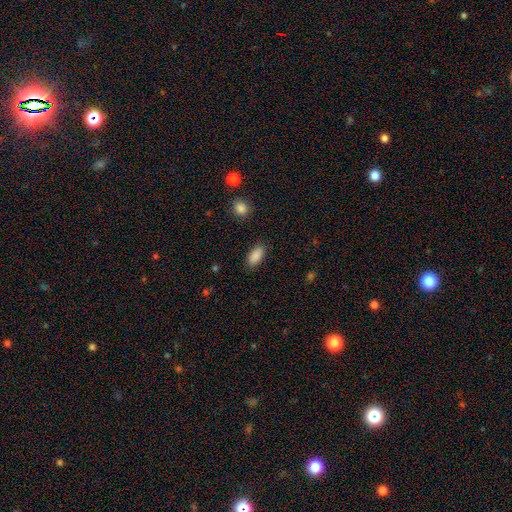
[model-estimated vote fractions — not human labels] smooth-or-featured: smooth: 89% | star or artifact: 8% | featured or disk: 4%
  how-rounded: in between: 90% | cigar-shaped: 7% | round: 3%
  merging: none: 86% | minor disturbance: 10% | major disturbance: 3% | merger: 1%